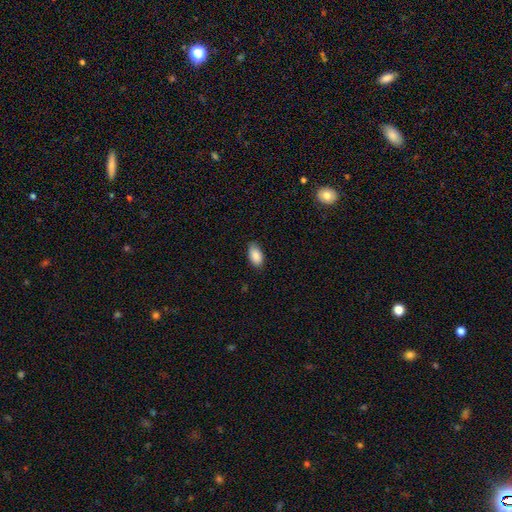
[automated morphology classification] smooth 88%, star or artifact 7%, featured or disk 5%. Down the decision tree: how rounded — in between (94%); merging — none (83%).